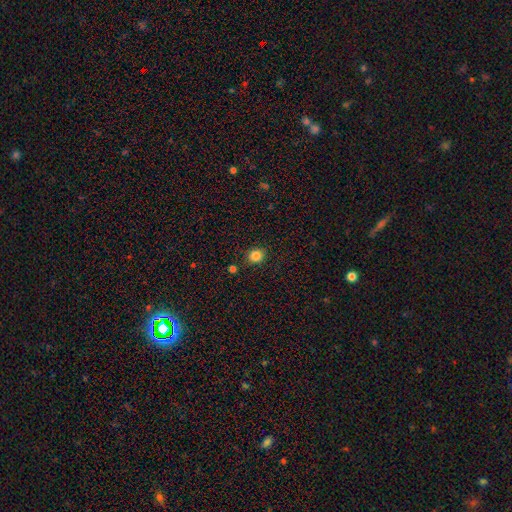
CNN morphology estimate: smooth-or-featured: smooth: 84% | star or artifact: 12% | featured or disk: 4%
  how-rounded: round: 77% | in between: 22% | cigar-shaped: 1%
  merging: none: 85% | minor disturbance: 9% | merger: 3% | major disturbance: 3%